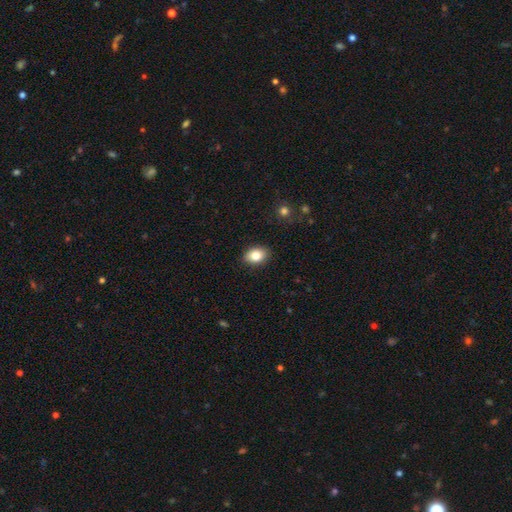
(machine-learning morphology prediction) Overall: smooth (83%). How rounded: in between (79%). Merging: none (89%).